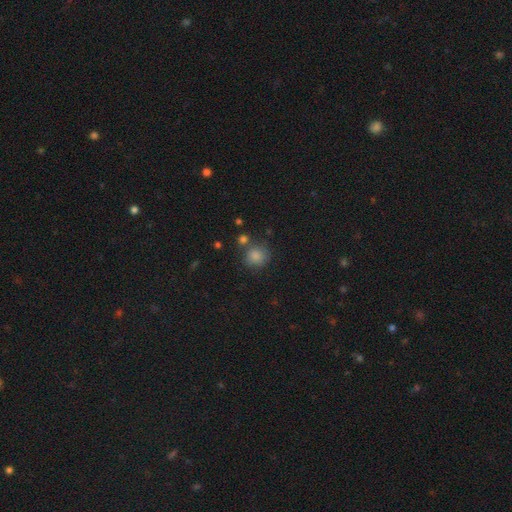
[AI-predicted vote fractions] A smooth galaxy with no disk features (84%) that is round (86%). Merging: none (71%).